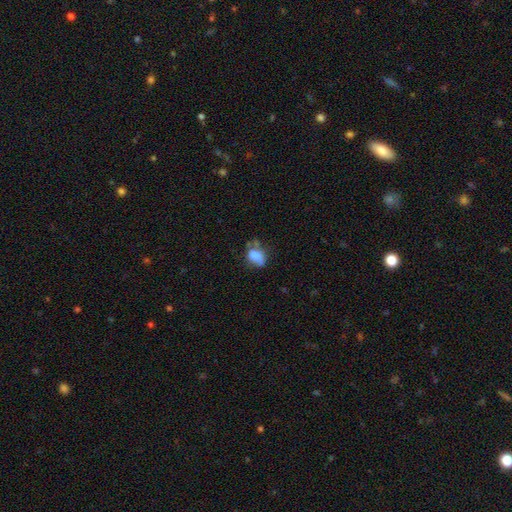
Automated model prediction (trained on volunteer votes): Morphology: type=smooth (67%); roundness=in between (71%); merging=none (38%).